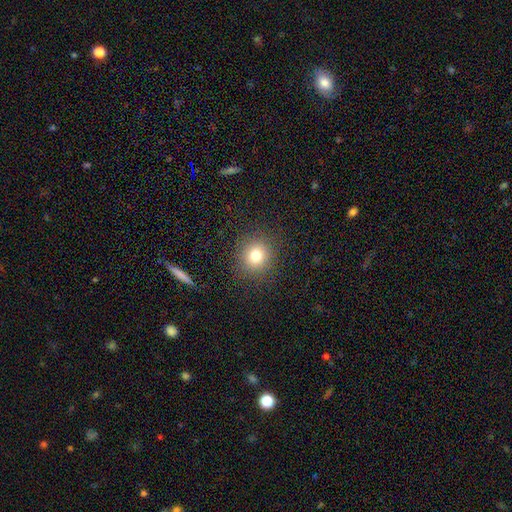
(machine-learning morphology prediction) The model was most divided on "smooth or featured": smooth: 77%, star or artifact: 14%, featured or disk: 9%. More confident: how rounded — round (89%); merging — none (89%).